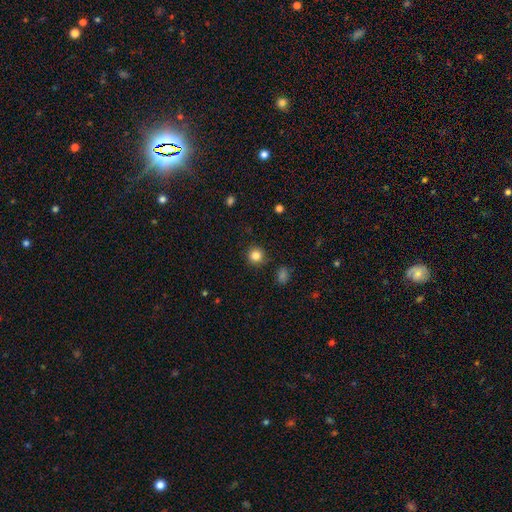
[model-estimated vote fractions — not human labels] Smooth or featured? smooth (84%)
How rounded? round (93%)
Merging? none (87%)